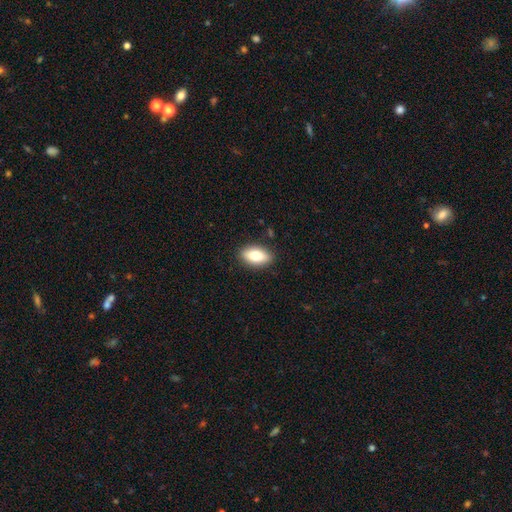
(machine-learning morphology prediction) smooth 78%, featured or disk 15%, star or artifact 7%. Down the decision tree: how rounded — in between (89%); merging — none (87%).